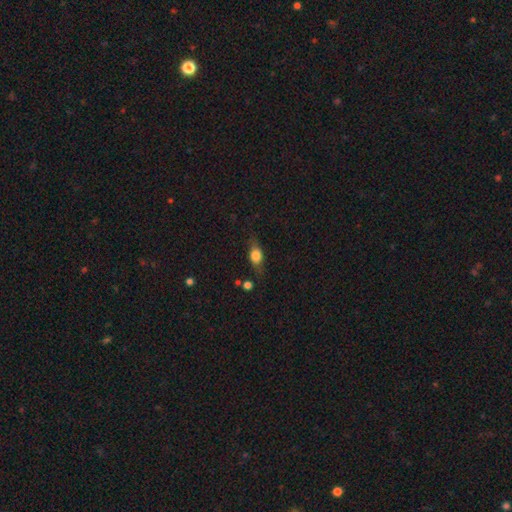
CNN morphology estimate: A smooth galaxy with no disk features (65%) that is in between round and cigar-shaped (64%).

Vote fractions:
- Smooth or featured? smooth: 65% / featured or disk: 26% / star or artifact: 9%
- How rounded? in between: 64% / round: 20% / cigar-shaped: 16%
- Merging? none: 71% / minor disturbance: 19% / major disturbance: 7% / merger: 3%